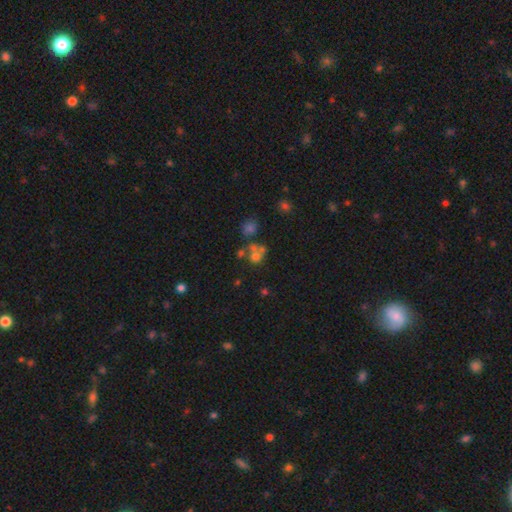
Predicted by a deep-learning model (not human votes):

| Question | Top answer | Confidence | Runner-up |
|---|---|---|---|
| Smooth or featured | smooth | 59% | star or artifact (21%) |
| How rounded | round | 78% | in between (20%) |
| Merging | merger | 43% | none (41%) |